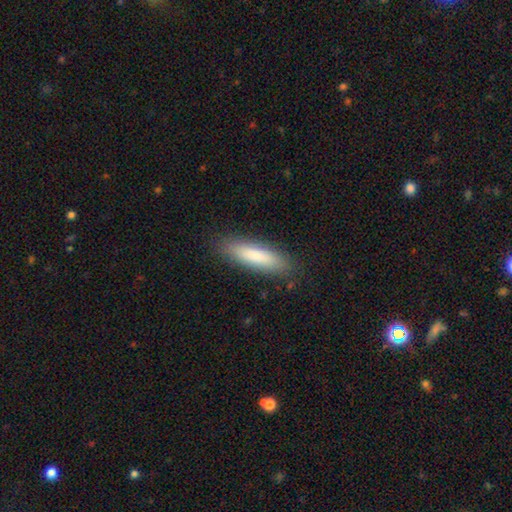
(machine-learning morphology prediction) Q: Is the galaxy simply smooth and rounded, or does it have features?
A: smooth — 81%.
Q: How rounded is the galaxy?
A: cigar-shaped — 68%.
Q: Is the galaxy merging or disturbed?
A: none — 87%.